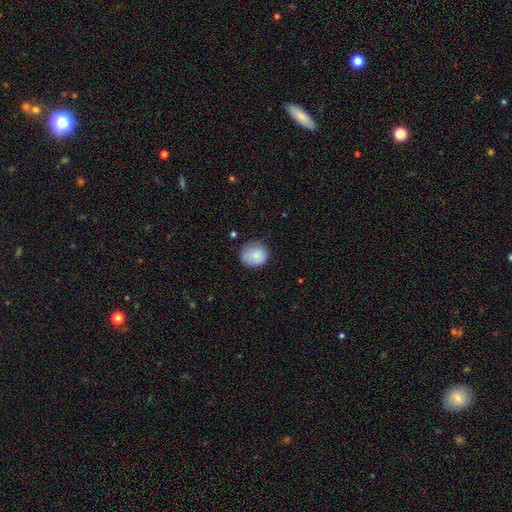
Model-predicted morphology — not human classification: A smooth galaxy with no disk features (82%) that is round (79%). Merging: none (67%).